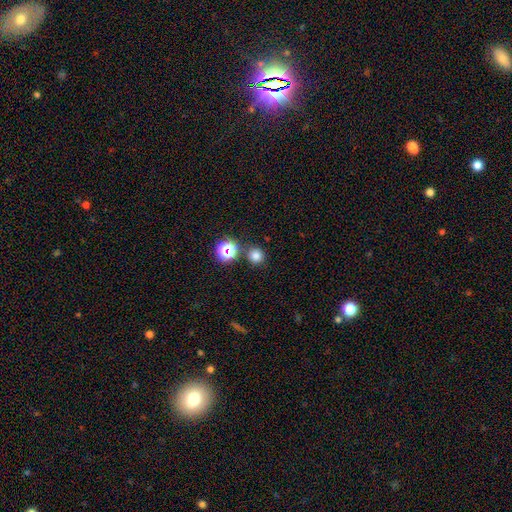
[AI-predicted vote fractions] Smooth or featured? Predicted: smooth (p=0.75). How rounded? Predicted: round (p=0.92). Merging? Predicted: none (p=0.82).